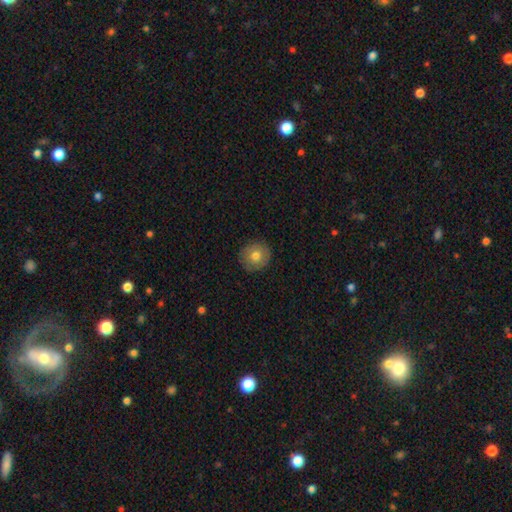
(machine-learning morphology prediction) Smooth or featured?
  - smooth: 75% *
  - featured or disk: 16%
  - star or artifact: 9%
How rounded?
  - round: 91% *
  - in between: 8%
  - cigar-shaped: 1%
Merging?
  - none: 89% *
  - minor disturbance: 8%
  - major disturbance: 2%
  - merger: 1%